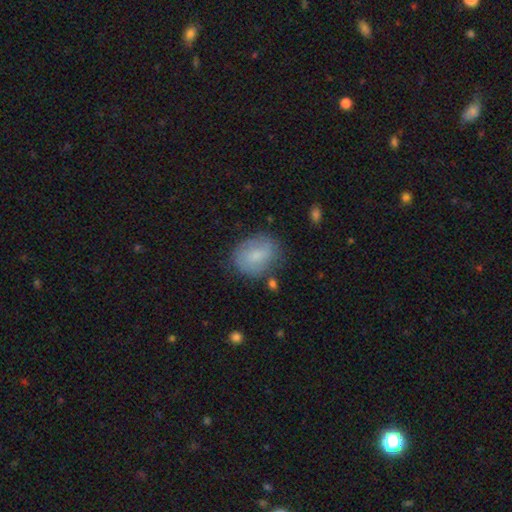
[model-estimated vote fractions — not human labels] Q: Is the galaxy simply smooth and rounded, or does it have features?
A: smooth — 71%.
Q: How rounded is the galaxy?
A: in between — 62%.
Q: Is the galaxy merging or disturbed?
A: none — 69%.